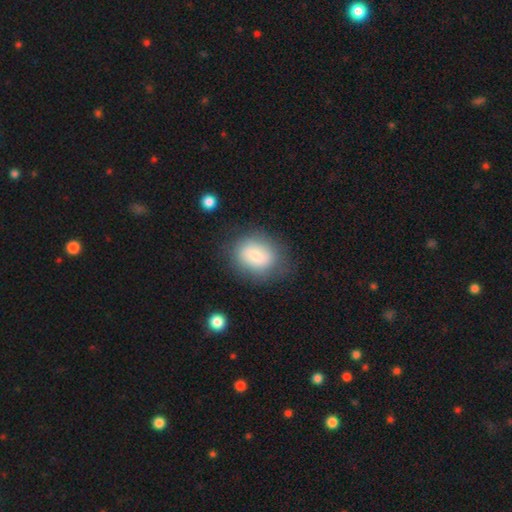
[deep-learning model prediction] A smooth galaxy with no disk features (72%) that is in between round and cigar-shaped (56%).

Vote fractions:
- Smooth or featured? smooth: 72% / featured or disk: 19% / star or artifact: 9%
- How rounded? in between: 56% / round: 43% / cigar-shaped: 1%
- Merging? none: 71% / minor disturbance: 18% / major disturbance: 8% / merger: 3%